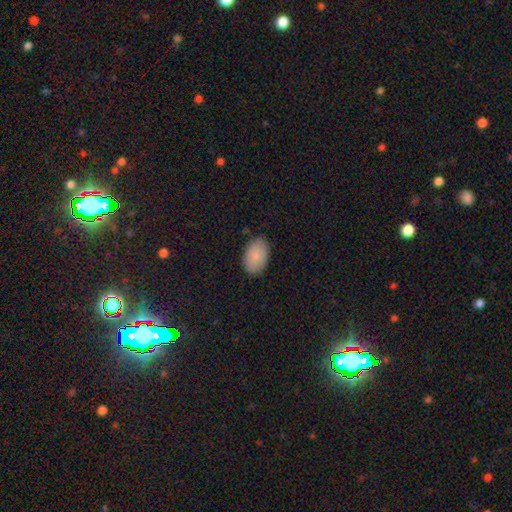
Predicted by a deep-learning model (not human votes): Smooth or featured?
  - smooth: 87% *
  - featured or disk: 7%
  - star or artifact: 7%
How rounded?
  - in between: 91% *
  - round: 7%
  - cigar-shaped: 1%
Merging?
  - none: 86% *
  - minor disturbance: 11%
  - major disturbance: 2%
  - merger: 1%